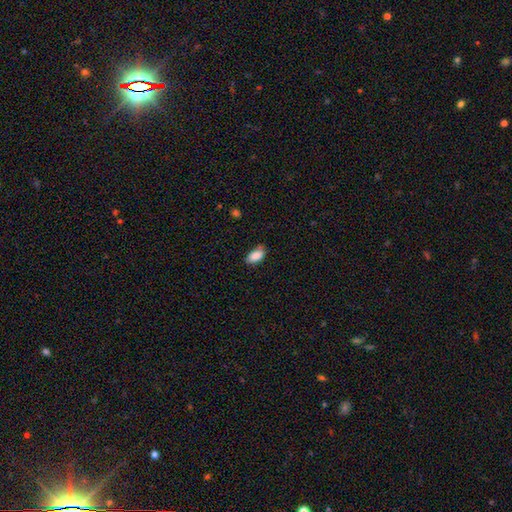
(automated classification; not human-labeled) This appears to be a smooth galaxy with no disk features (88%) that is in between round and cigar-shaped (93%). Merging: none (67%).